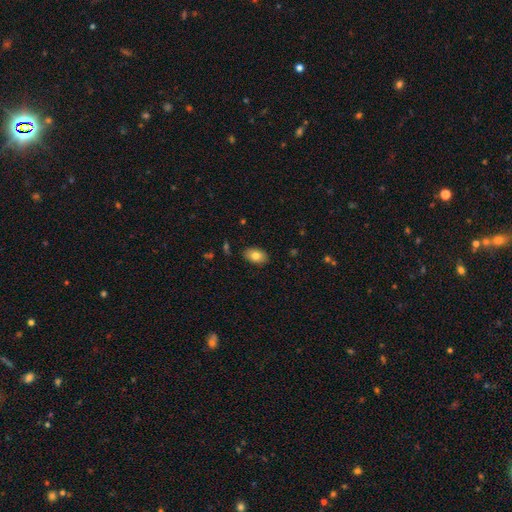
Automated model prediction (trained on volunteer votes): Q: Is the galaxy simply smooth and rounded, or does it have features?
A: smooth — 79%.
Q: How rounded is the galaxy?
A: in between — 90%.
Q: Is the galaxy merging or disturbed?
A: none — 87%.